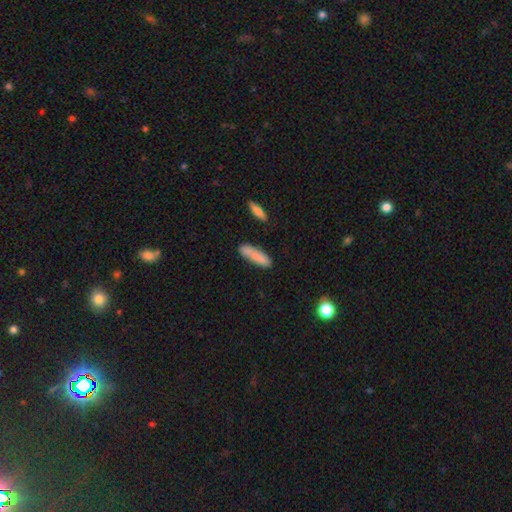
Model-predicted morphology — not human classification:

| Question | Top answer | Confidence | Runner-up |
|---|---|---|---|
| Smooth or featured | smooth | 82% | featured or disk (11%) |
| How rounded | cigar-shaped | 66% | in between (32%) |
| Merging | none | 72% | minor disturbance (17%) |